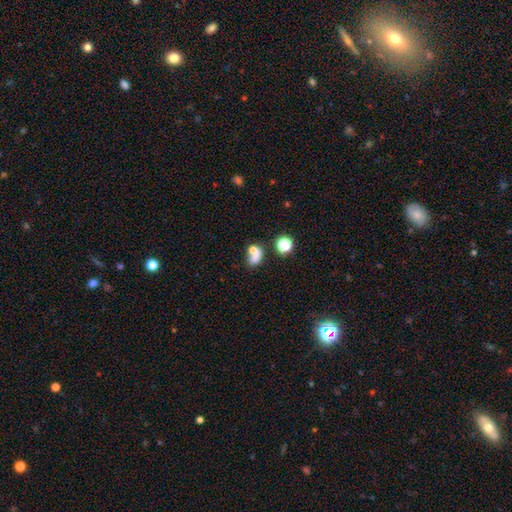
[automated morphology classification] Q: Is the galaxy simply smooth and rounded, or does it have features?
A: smooth — 66%.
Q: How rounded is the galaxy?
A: in between — 55%.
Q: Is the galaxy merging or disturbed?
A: merger — 42%.